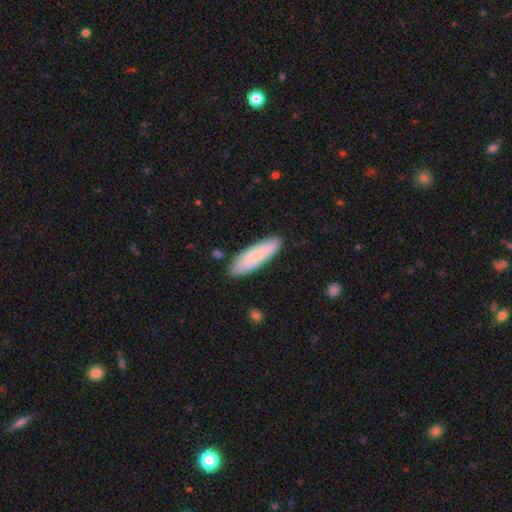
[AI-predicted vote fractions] Smooth or featured? smooth (74%)
How rounded? cigar-shaped (54%)
Merging? none (86%)